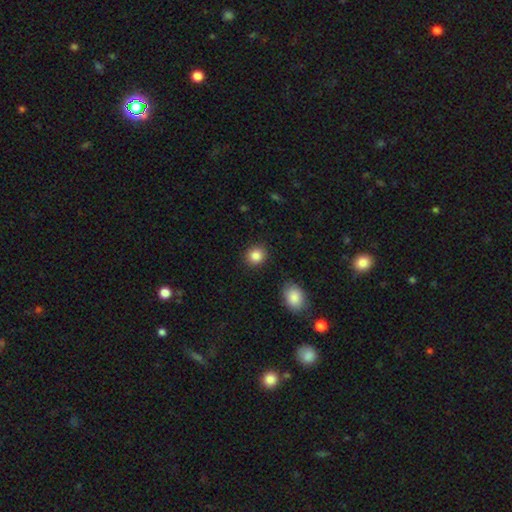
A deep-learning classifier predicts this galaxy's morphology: The model was most divided on "how rounded": round: 81%, in between: 18%, cigar-shaped: 1%. More confident: merging — none (89%); smooth or featured — smooth (86%).